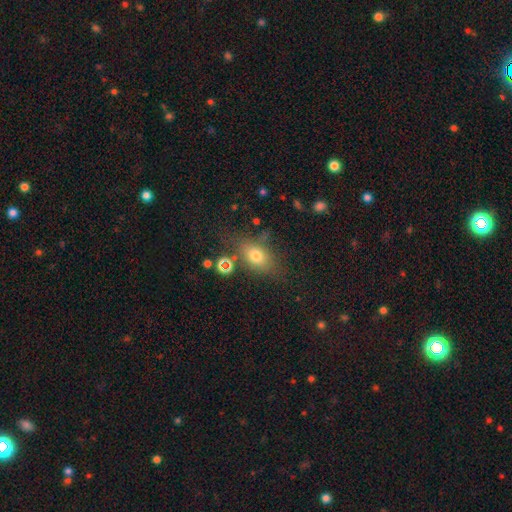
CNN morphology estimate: This is likely a smooth galaxy (71%). How rounded: likely in between (74%). Merging: likely none (67%).